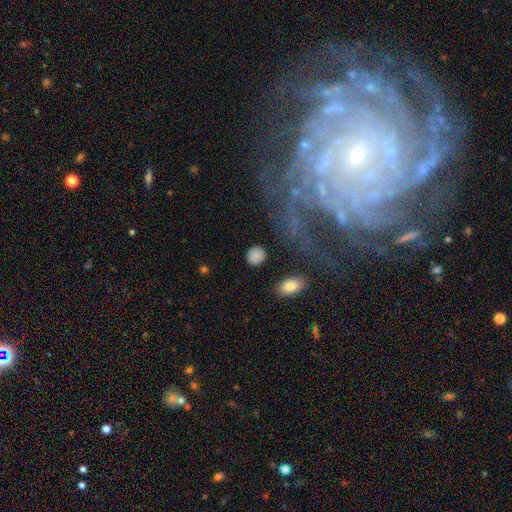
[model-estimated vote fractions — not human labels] The model was most divided on "how rounded": round: 80%, in between: 18%, cigar-shaped: 1%. More confident: merging — none (86%); smooth or featured — smooth (85%).